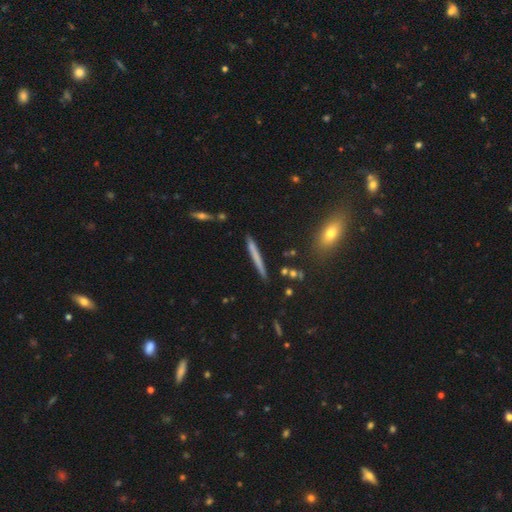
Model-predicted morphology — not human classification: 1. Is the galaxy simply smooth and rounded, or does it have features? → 61% smooth, 32% featured or disk, 8% star or artifact.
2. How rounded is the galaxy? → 96% cigar-shaped, 3% in between, 2% round.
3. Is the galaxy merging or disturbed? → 88% none, 8% minor disturbance, 2% merger, 2% major disturbance.